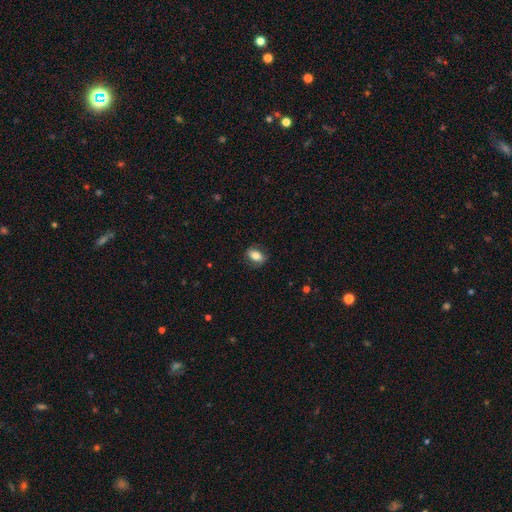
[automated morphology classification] smooth 74%, featured or disk 19%, star or artifact 8%. Down the decision tree: how rounded — in between (83%); merging — none (80%).